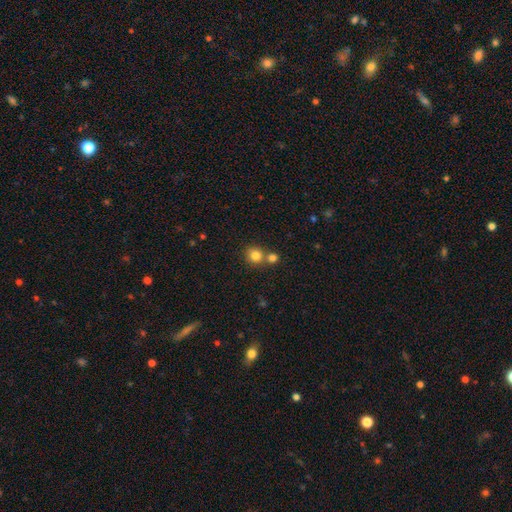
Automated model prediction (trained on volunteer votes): This is clearly a smooth galaxy (81%). How rounded: clearly round (87%). Merging: possibly none (58%).